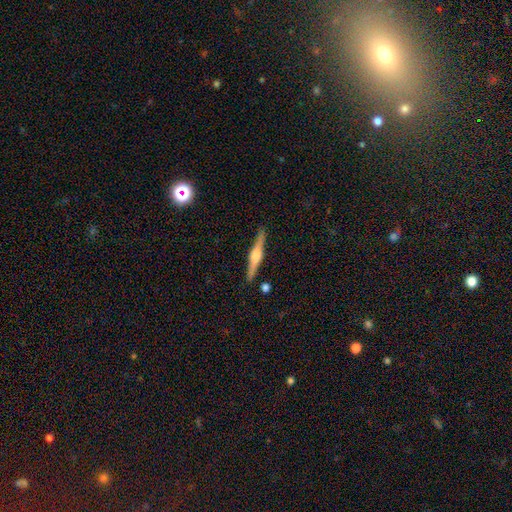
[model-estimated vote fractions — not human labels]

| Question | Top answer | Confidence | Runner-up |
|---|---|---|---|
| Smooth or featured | featured or disk | 75% | smooth (20%) |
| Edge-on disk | yes | 98% | no (2%) |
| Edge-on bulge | rounded | 85% | boxy (12%) |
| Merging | none | 90% | minor disturbance (7%) |